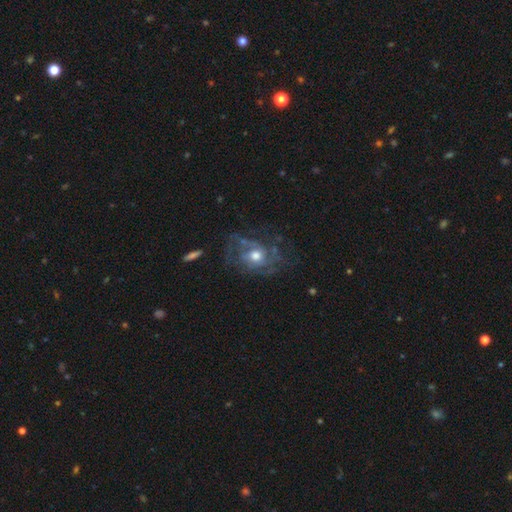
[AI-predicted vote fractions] Q: Smooth or featured?
A: featured or disk (71%); runner-up: smooth (20%)
Q: Edge-on disk?
A: no (96%); runner-up: yes (4%)
Q: Bar?
A: no (79%); runner-up: weak (18%)
Q: Spiral arms?
A: yes (72%); runner-up: no (28%)
Q: Bulge size?
A: moderate (67%); runner-up: large (19%)
Q: Merging?
A: none (54%); runner-up: major disturbance (24%)